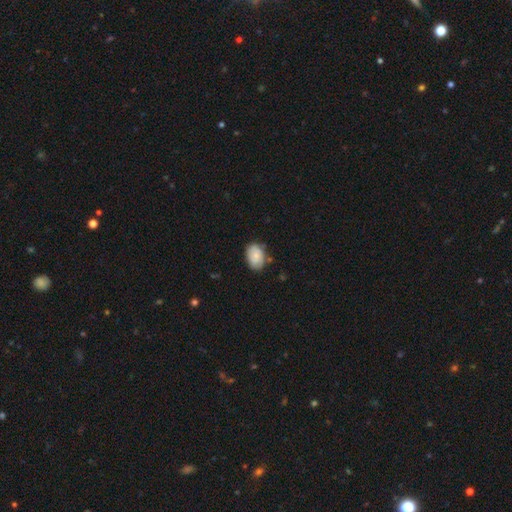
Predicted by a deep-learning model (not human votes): This appears to be a smooth galaxy with no disk features (69%) that is in between round and cigar-shaped (80%). Merging: none (68%).